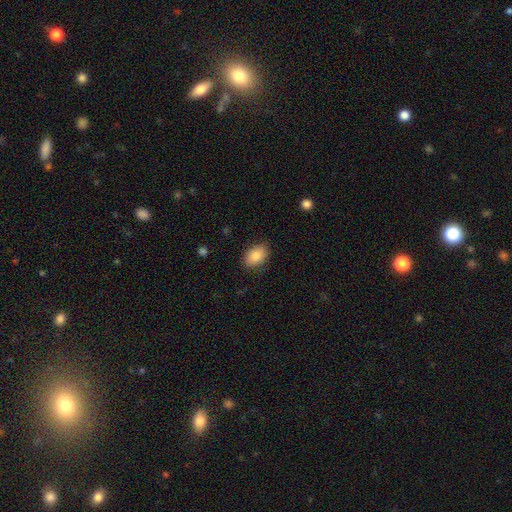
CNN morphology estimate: Smooth or featured: smooth — 87% (star or artifact — 7%)
How rounded: in between — 84% (round — 15%)
Merging: none — 84% (minor disturbance — 12%)